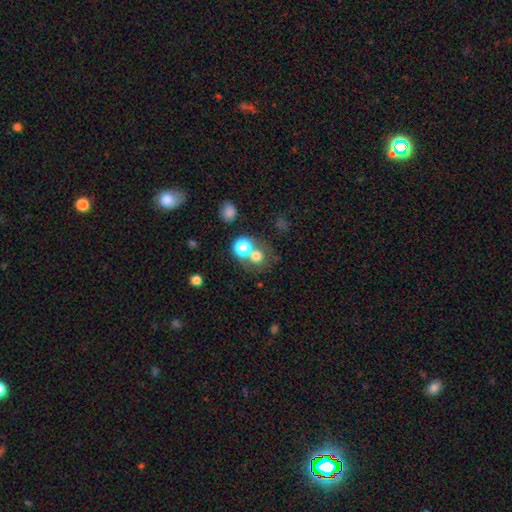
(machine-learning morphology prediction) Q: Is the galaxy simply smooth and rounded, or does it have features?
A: smooth — 69%.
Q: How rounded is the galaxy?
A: round — 86%.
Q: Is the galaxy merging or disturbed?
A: none — 54%.